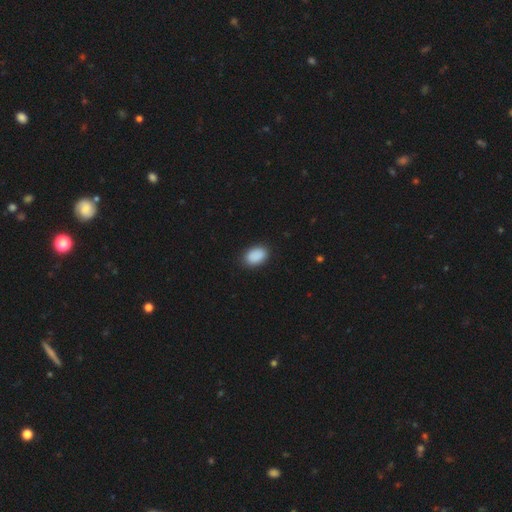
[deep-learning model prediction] The model was most divided on "how rounded": in between: 87%, round: 12%, cigar-shaped: 1%. More confident: smooth or featured — smooth (90%); merging — none (88%).